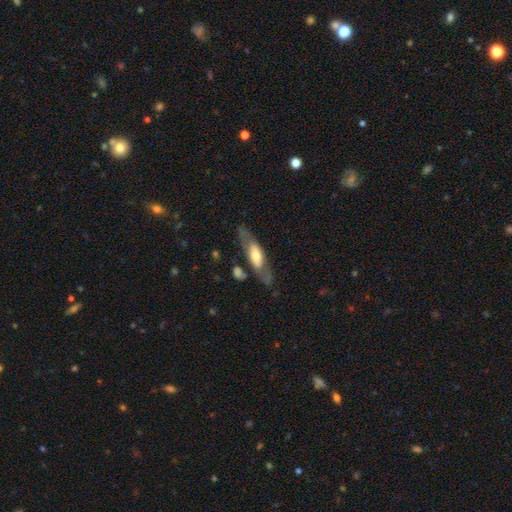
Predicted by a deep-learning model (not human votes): Overall: featured or disk (55%; smooth 39%). Edge-on disk: no (58%; yes 42%). Merging: none (68%).